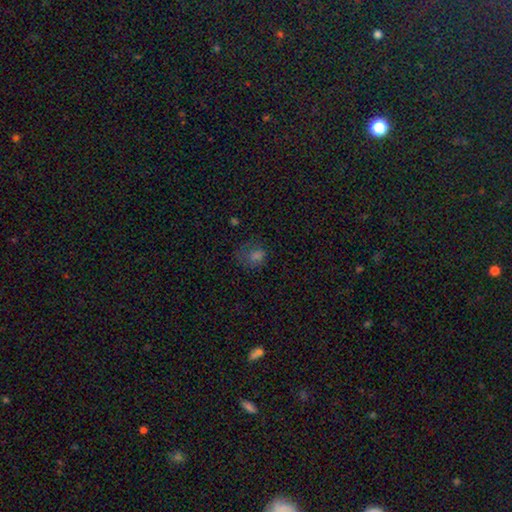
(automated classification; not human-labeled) Q: Smooth or featured?
A: smooth (58%); runner-up: star or artifact (29%)
Q: How rounded?
A: round (58%); runner-up: in between (41%)
Q: Merging?
A: none (49%); runner-up: major disturbance (24%)